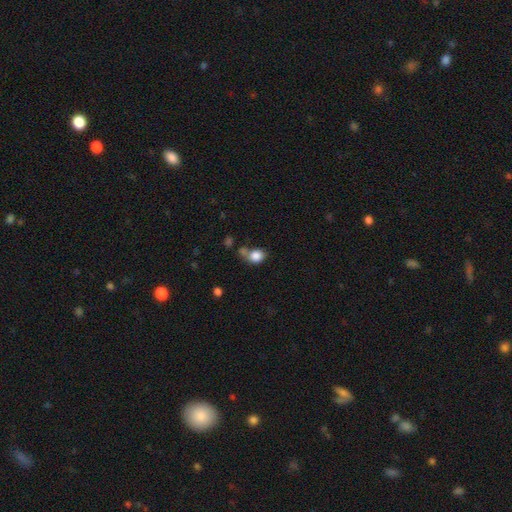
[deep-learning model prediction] Q: Smooth or featured?
A: smooth (84%); runner-up: star or artifact (9%)
Q: How rounded?
A: round (56%); runner-up: in between (42%)
Q: Merging?
A: none (45%); runner-up: merger (29%)